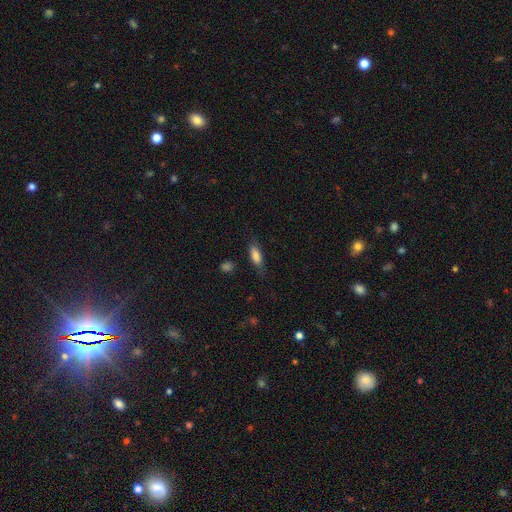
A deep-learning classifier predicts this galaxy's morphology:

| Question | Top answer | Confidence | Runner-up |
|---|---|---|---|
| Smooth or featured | smooth | 78% | featured or disk (14%) |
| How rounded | in between | 60% | cigar-shaped (37%) |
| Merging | none | 71% | minor disturbance (20%) |